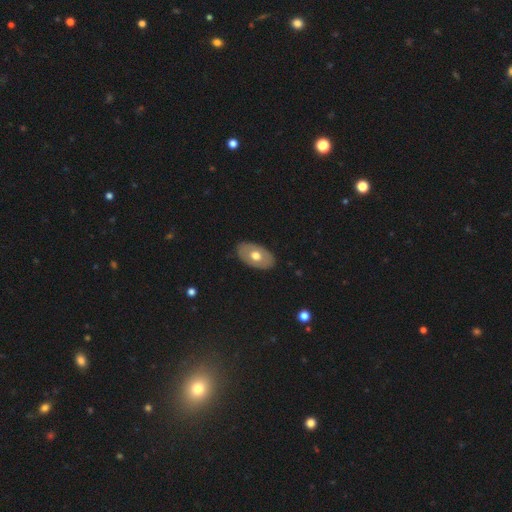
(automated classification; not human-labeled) Overall: smooth (54%; featured or disk 41%). How rounded: in between (90%). Merging: none (87%).